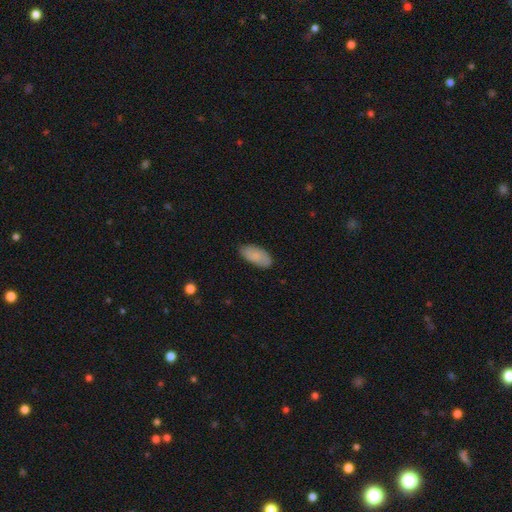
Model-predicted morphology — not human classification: Smooth or featured: smooth — 84% (featured or disk — 10%)
How rounded: in between — 93% (cigar-shaped — 5%)
Merging: none — 82% (minor disturbance — 14%)